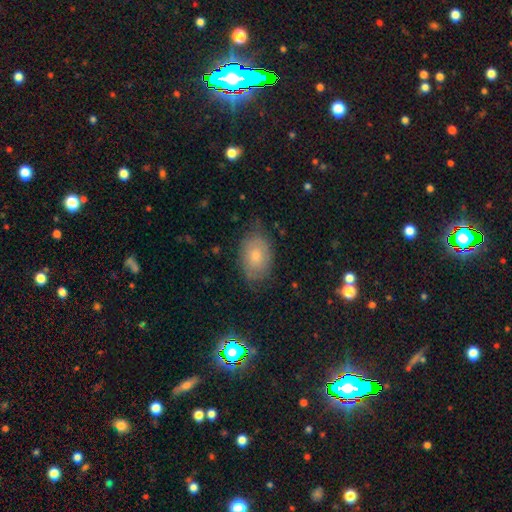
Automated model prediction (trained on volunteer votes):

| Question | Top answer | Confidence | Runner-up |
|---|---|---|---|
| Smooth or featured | smooth | 62% | featured or disk (29%) |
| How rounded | in between | 85% | round (14%) |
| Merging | none | 68% | minor disturbance (24%) |